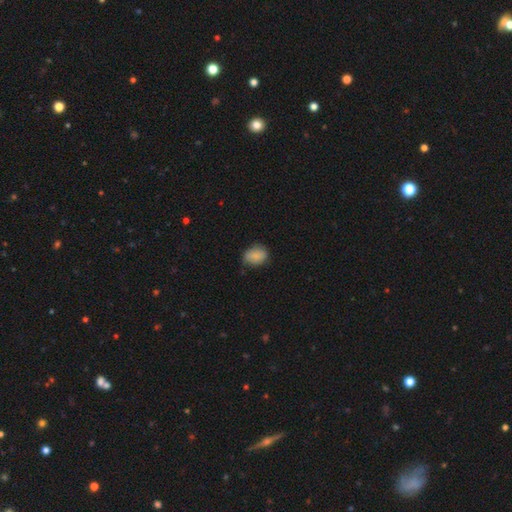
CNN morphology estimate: smooth-or-featured: smooth: 85% | star or artifact: 8% | featured or disk: 7%
  how-rounded: in between: 62% | round: 37% | cigar-shaped: 1%
  merging: none: 69% | minor disturbance: 25% | major disturbance: 4% | merger: 1%